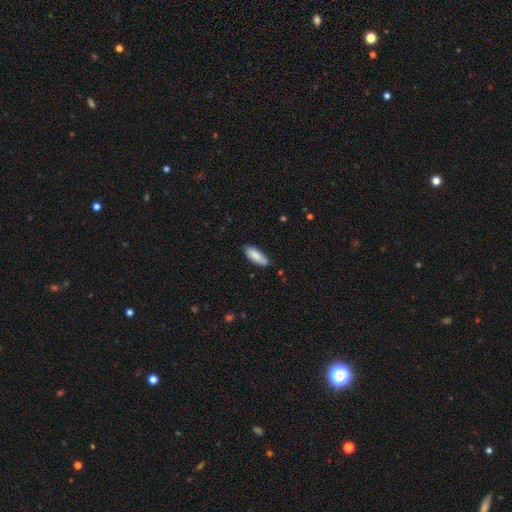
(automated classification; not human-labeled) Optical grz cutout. It shows a smooth galaxy with no disk features (84%) that is in between round and cigar-shaped (67%). Merging: none (77%).